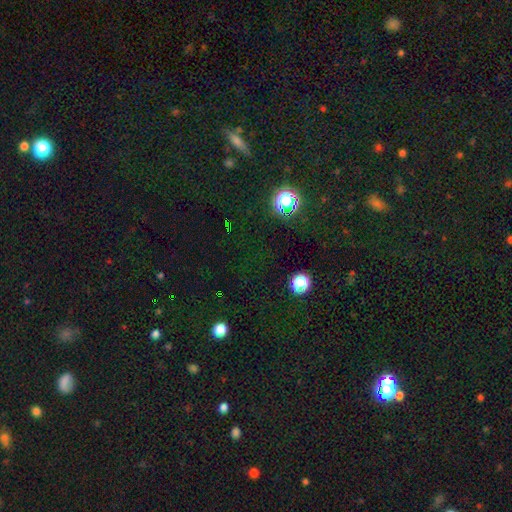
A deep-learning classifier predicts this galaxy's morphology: Smooth or featured?
  - star or artifact: 72% *
  - smooth: 21%
  - featured or disk: 8%